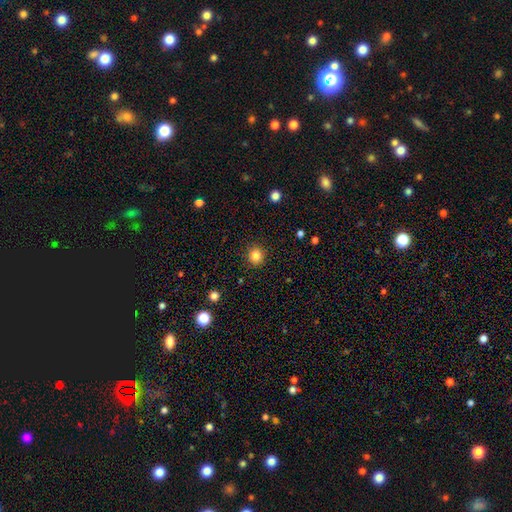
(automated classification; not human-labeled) This appears to be a smooth galaxy with no disk features (84%) that is round (89%). Merging: none (91%).